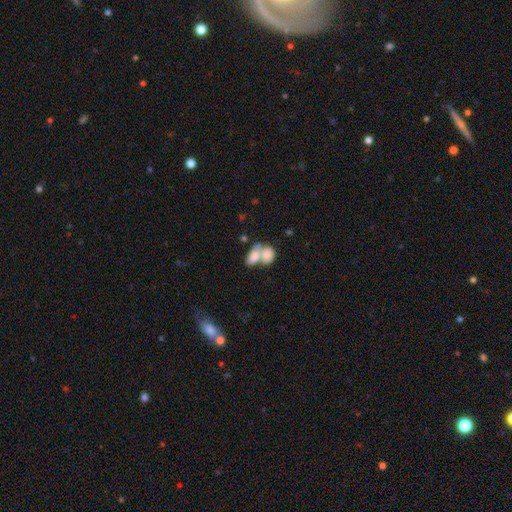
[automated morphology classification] A smooth galaxy with no disk features (76%) that is in between round and cigar-shaped (80%). Merging: merger (74%).